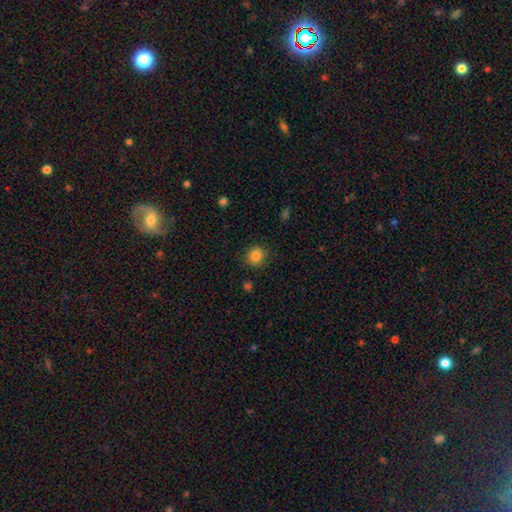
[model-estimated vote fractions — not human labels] Overall: smooth (84%). How rounded: round (87%). Merging: none (88%).